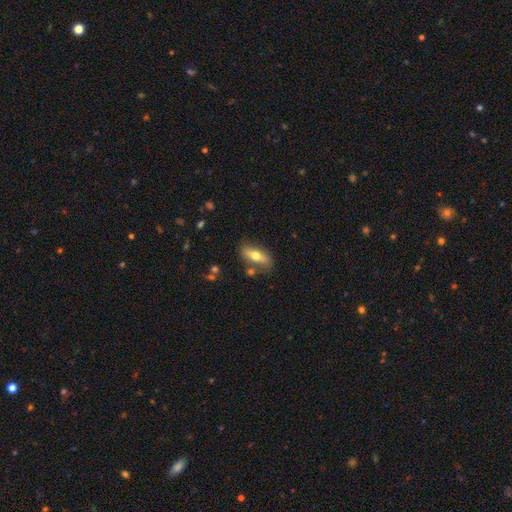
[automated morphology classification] Overall: smooth (62%; featured or disk 31%). How rounded: in between (72%). Merging: none (75%).